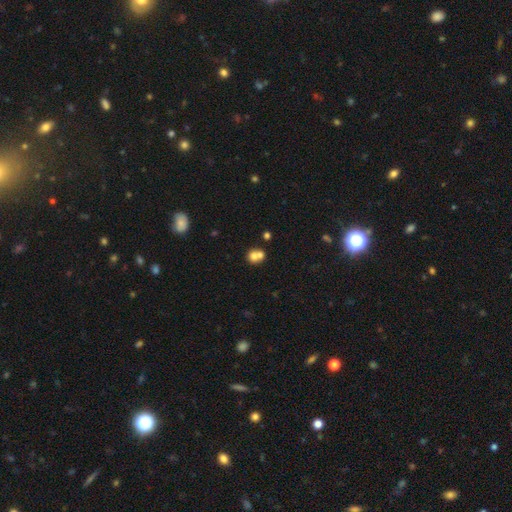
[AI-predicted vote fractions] This is likely a smooth galaxy (72%). How rounded: likely round (75%). Merging: possibly merger (57%).